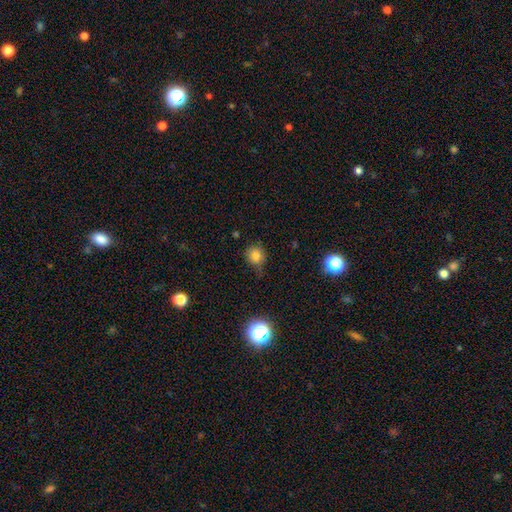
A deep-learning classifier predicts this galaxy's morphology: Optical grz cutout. It shows a smooth galaxy with no disk features (80%) that is round (81%). Merging: none (64%).